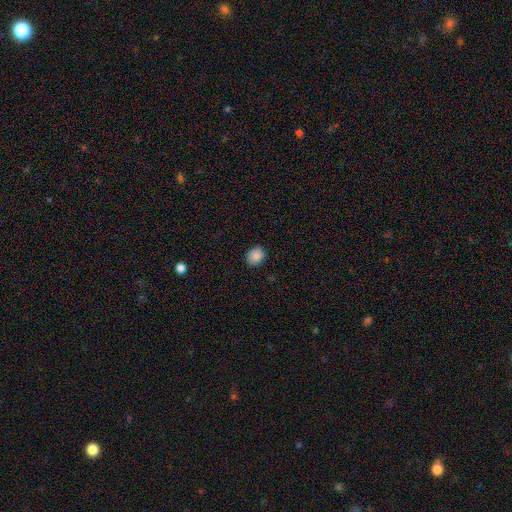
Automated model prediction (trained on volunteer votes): A smooth galaxy with no disk features (87%) that is round (57%).

Vote fractions:
- Smooth or featured? smooth: 87% / star or artifact: 9% / featured or disk: 4%
- How rounded? round: 57% / in between: 42% / cigar-shaped: 1%
- Merging? none: 88% / minor disturbance: 9% / major disturbance: 2% / merger: 1%